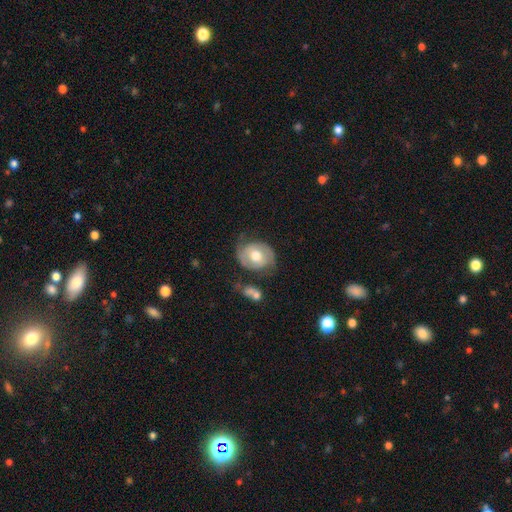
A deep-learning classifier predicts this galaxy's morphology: This is possibly a featured or disk galaxy (54%). It is clearly not viewed edge-on (96%). Bar: likely no (60%). Spiral arm pattern: likely yes (68%). Central bulge: likely moderate (77%). Merging: possibly none (55%).